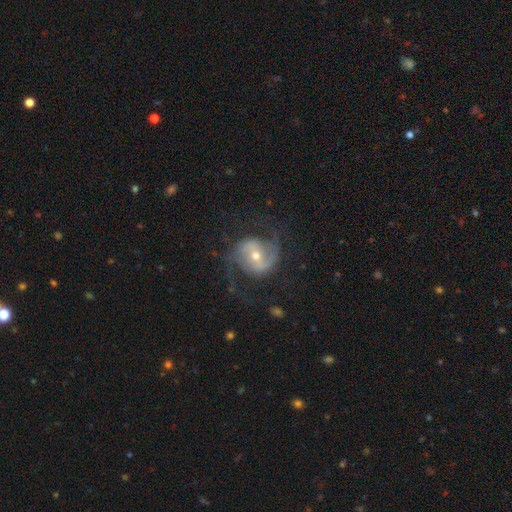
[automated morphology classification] Smooth or featured? Predicted: featured or disk (p=0.84). Edge-on disk? Predicted: no (p=0.98). Bar? Predicted: weak (p=0.41). Spiral arms? Predicted: yes (p=0.94). Spiral winding? Predicted: medium (p=0.50). Spiral arm count? Predicted: 2 (p=0.88). Bulge size? Predicted: moderate (p=0.49). Merging? Predicted: none (p=0.69).